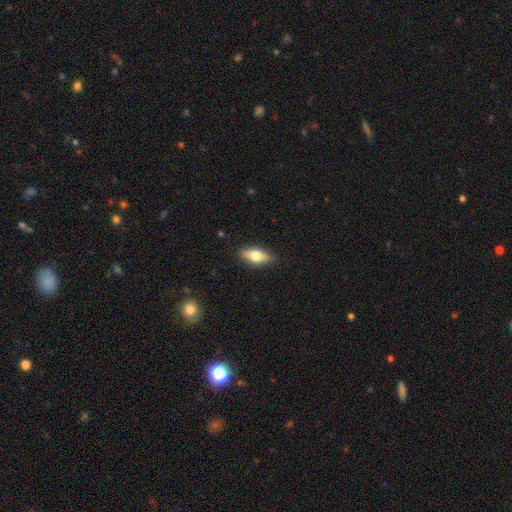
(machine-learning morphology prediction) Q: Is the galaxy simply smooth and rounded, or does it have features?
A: smooth — 61%.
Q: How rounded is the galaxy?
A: in between — 78%.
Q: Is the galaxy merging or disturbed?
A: none — 87%.